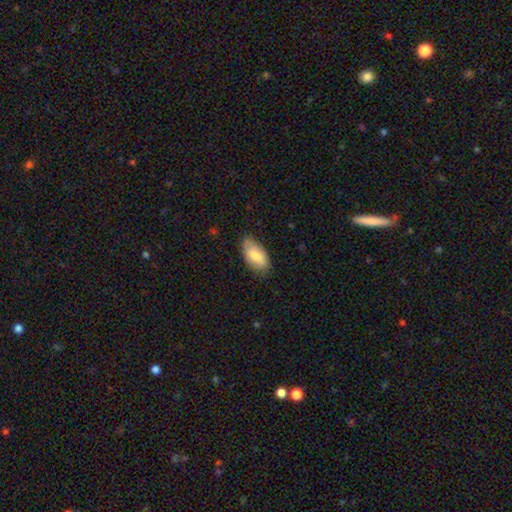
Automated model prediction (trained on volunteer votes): Smooth or featured? smooth (82%)
How rounded? in between (93%)
Merging? none (74%)